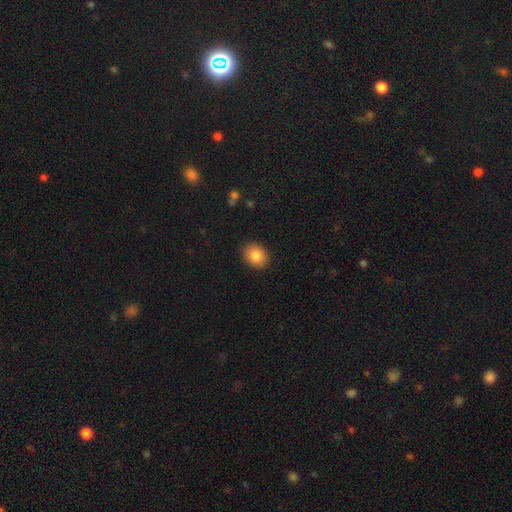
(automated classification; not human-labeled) Morphology: type=smooth (83%); roundness=round (55%); merging=none (89%).